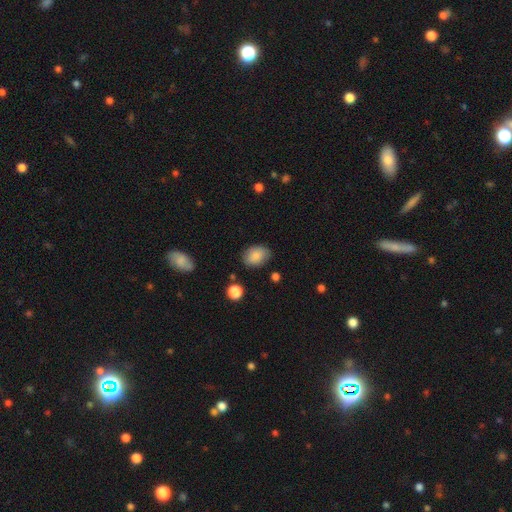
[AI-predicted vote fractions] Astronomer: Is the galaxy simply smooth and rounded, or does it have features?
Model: smooth — 85%.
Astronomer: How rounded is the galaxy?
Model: in between — 76%.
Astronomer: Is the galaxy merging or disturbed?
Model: none — 81%.